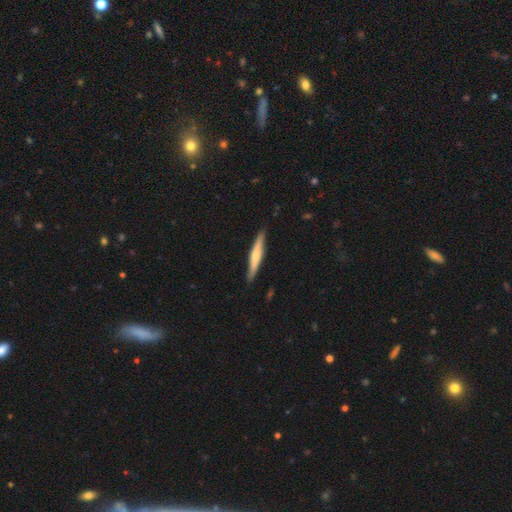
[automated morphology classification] type=featured or disk (50%); edge-on=yes (95%); merging=none (89%).